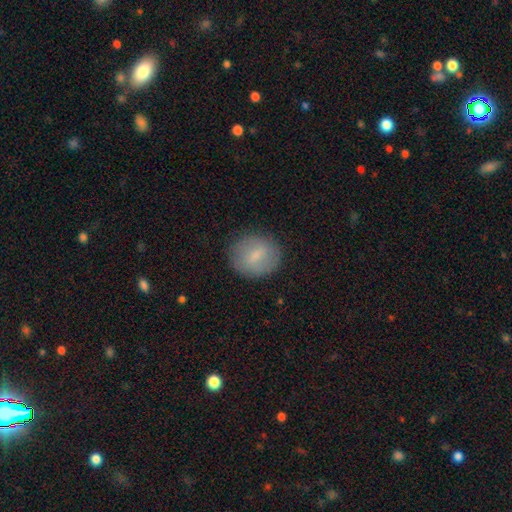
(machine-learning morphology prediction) A smooth galaxy with no disk features (69%) that is round (75%). Merging: none (84%).